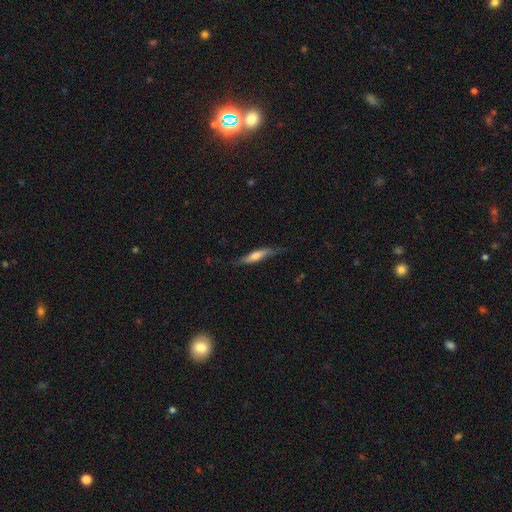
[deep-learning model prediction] smooth_or_featured: smooth (p=0.55) [alt: featured or disk p=0.39]
how_rounded: cigar-shaped (p=0.82) [alt: in between p=0.17]
merging: none (p=0.68) [alt: minor disturbance p=0.24]